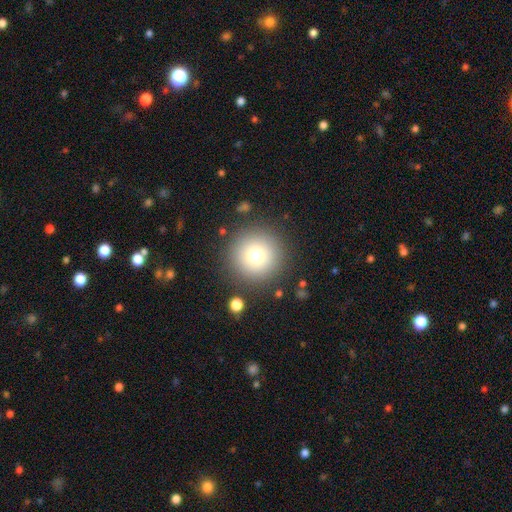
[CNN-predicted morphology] smooth-or-featured: smooth: 74% | star or artifact: 14% | featured or disk: 12%
  how-rounded: round: 97% | in between: 2% | cigar-shaped: 1%
  merging: none: 88% | minor disturbance: 7% | major disturbance: 3% | merger: 2%